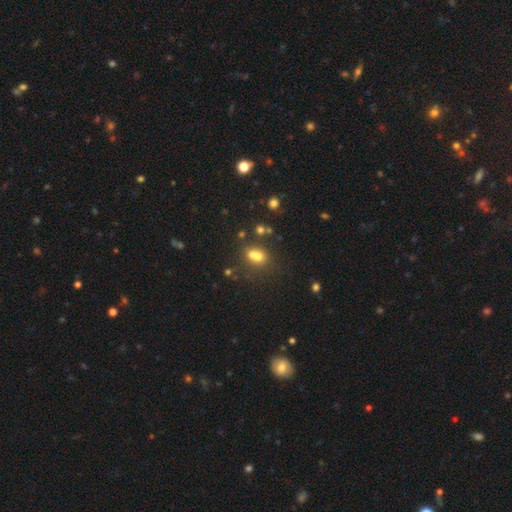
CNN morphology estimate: smooth 68%, star or artifact 17%, featured or disk 15%. Down the decision tree: how rounded — in between (63%); merging — merger (42%).